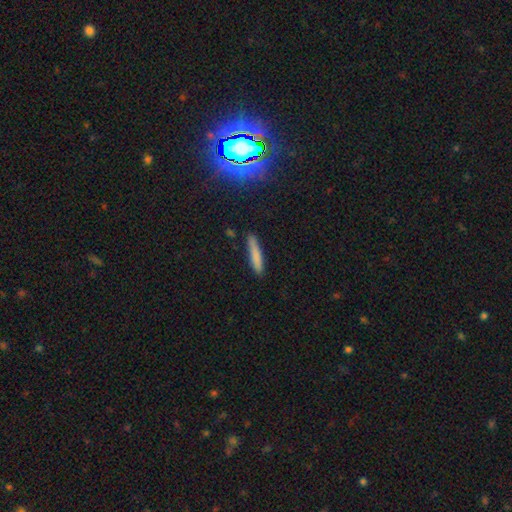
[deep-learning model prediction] Smooth or featured? Predicted: smooth (p=0.79). How rounded? Predicted: cigar-shaped (p=0.92). Merging? Predicted: none (p=0.84).